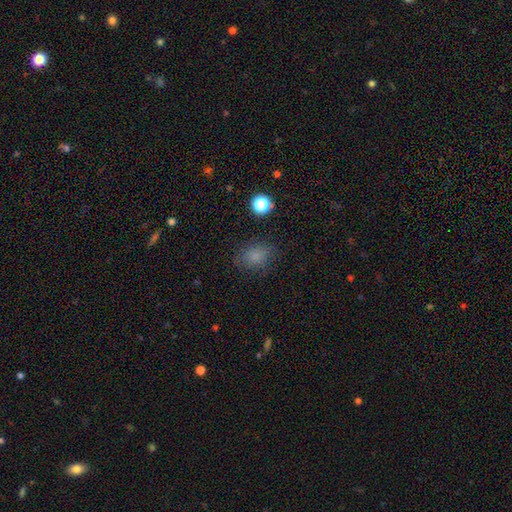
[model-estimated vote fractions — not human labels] Morphology: type=smooth (80%); roundness=in between (62%); merging=none (80%).